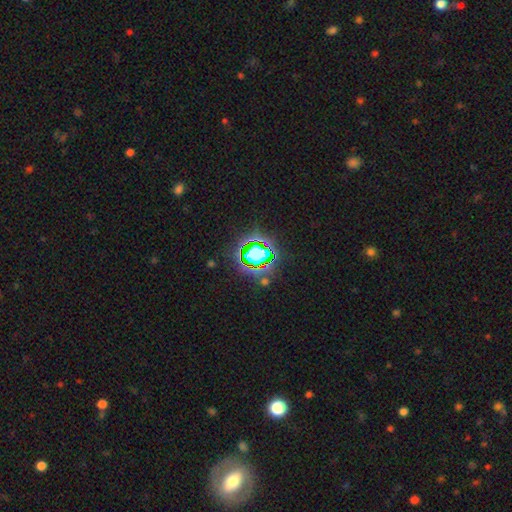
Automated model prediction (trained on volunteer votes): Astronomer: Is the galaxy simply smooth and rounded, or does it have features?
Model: star or artifact — 67%.